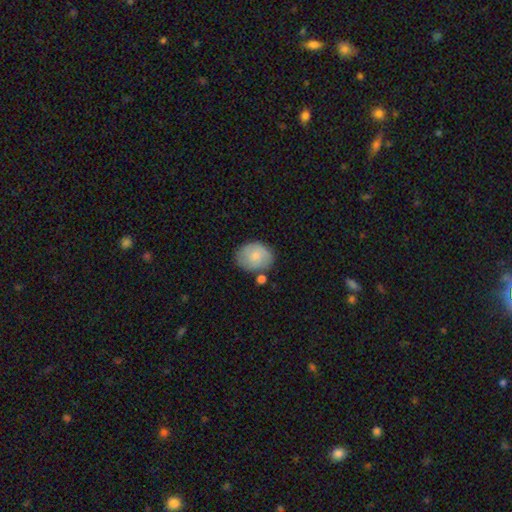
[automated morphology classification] This is likely a smooth galaxy (76%). How rounded: possibly in between (53%). Merging: likely none (66%).